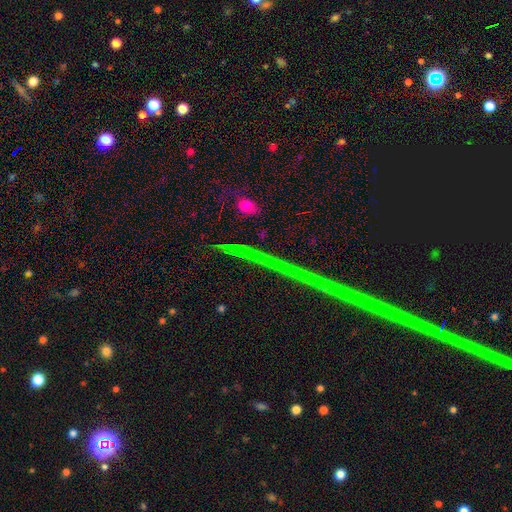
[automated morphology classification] star or artifact 85%, featured or disk 8%, smooth 6%.